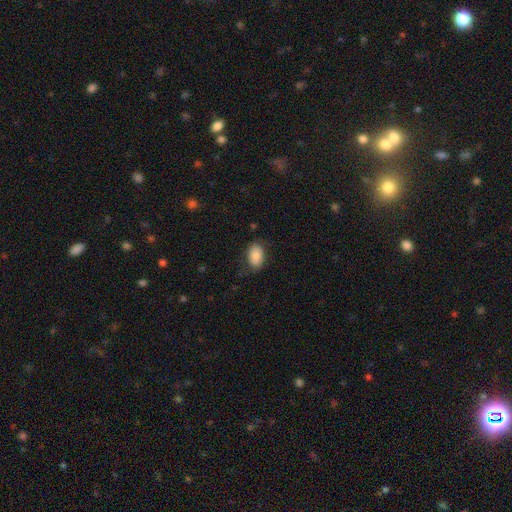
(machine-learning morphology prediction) Smooth or featured?
  - smooth: 84% *
  - featured or disk: 9%
  - star or artifact: 7%
How rounded?
  - in between: 88% *
  - round: 11%
  - cigar-shaped: 1%
Merging?
  - none: 77% *
  - minor disturbance: 17%
  - major disturbance: 5%
  - merger: 1%